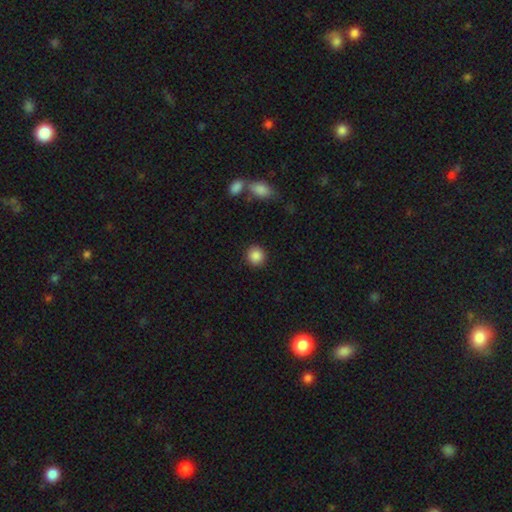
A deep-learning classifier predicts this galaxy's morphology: type=smooth (87%); roundness=round (91%); merging=none (90%).